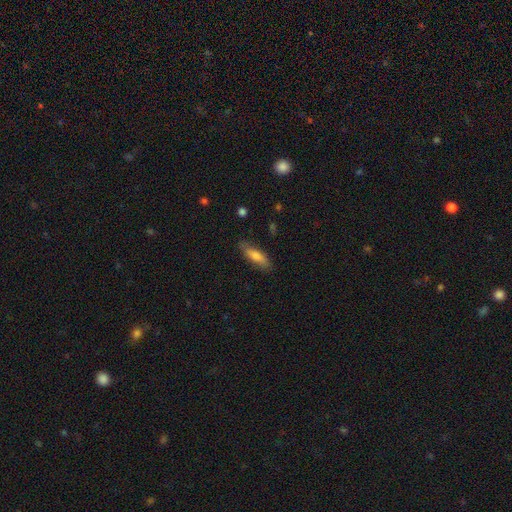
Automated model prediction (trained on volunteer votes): smooth_or_featured: smooth (p=0.74) [alt: featured or disk p=0.20]
how_rounded: cigar-shaped (p=0.51) [alt: in between p=0.46]
merging: none (p=0.79) [alt: minor disturbance p=0.16]